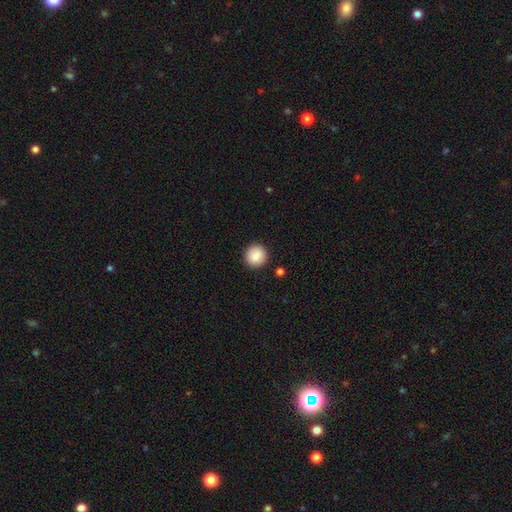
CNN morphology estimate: smooth_or_featured: smooth (p=0.88) [alt: star or artifact p=0.08]
how_rounded: round (p=0.93) [alt: in between p=0.06]
merging: none (p=0.91) [alt: minor disturbance p=0.06]